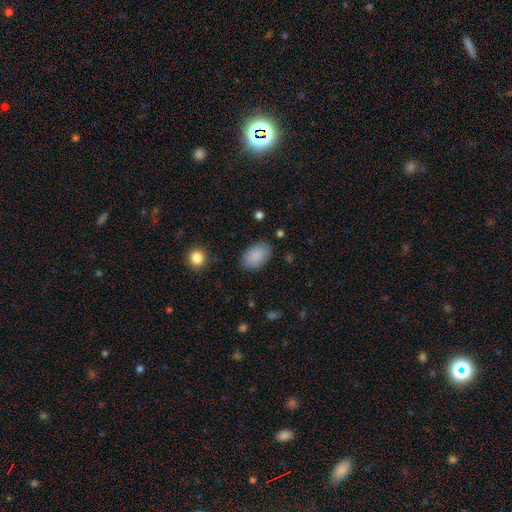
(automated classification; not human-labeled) Smooth or featured? smooth (89%)
How rounded? in between (90%)
Merging? none (84%)